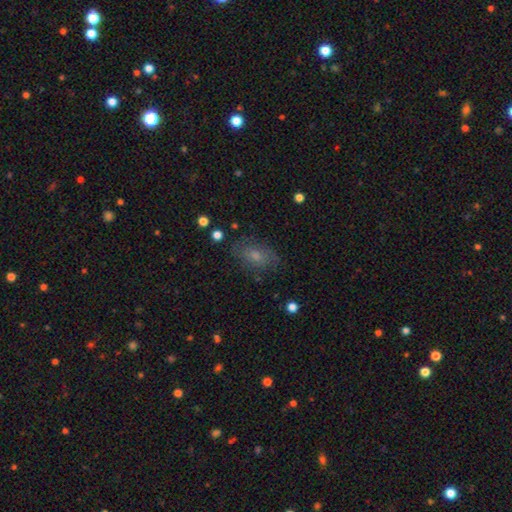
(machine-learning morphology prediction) smooth_or_featured: smooth (p=0.54) [alt: featured or disk p=0.32]
how_rounded: in between (p=0.84) [alt: round p=0.13]
merging: none (p=0.73) [alt: minor disturbance p=0.18]